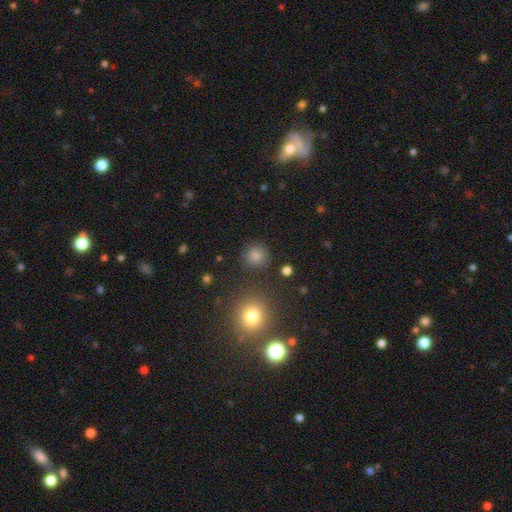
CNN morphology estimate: Smooth or featured? smooth (81%)
How rounded? round (92%)
Merging? none (86%)